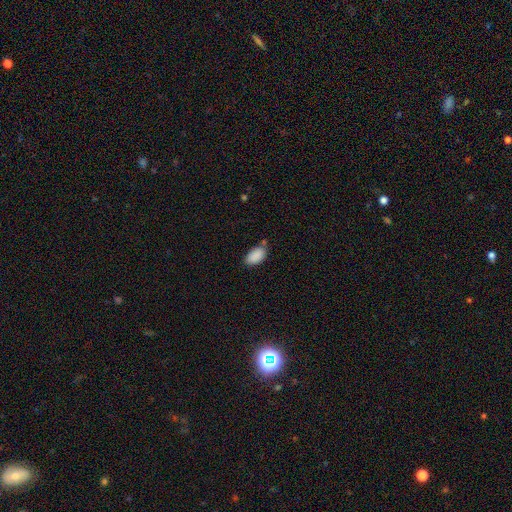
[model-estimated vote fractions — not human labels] Morphology: type=smooth (89%); roundness=in between (94%); merging=none (68%).